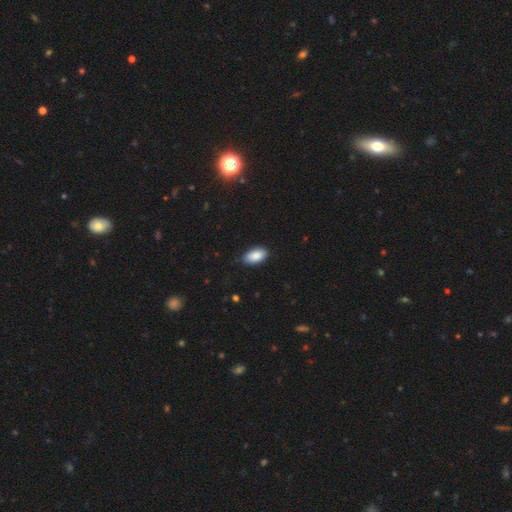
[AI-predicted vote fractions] Smooth or featured? Predicted: smooth (p=0.88). How rounded? Predicted: in between (p=0.95). Merging? Predicted: none (p=0.81).